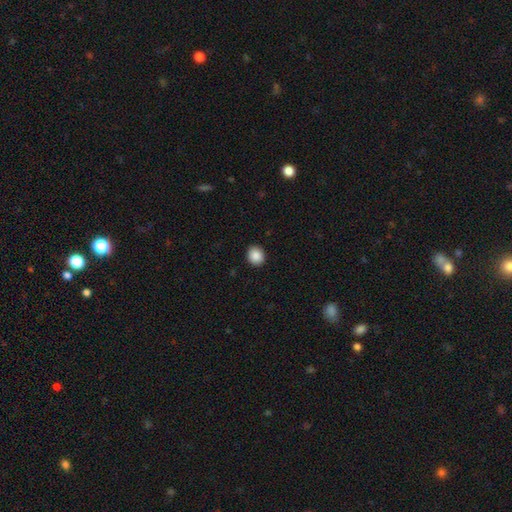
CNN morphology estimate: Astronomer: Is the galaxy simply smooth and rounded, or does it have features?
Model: smooth — 88%.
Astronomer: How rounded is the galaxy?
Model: round — 75%.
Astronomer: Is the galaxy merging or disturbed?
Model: none — 91%.